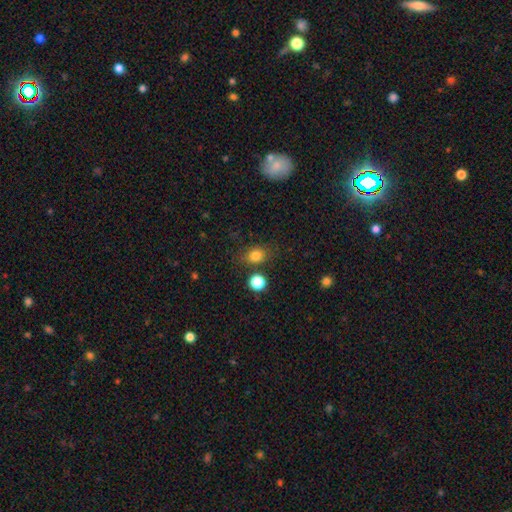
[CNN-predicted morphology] smooth_or_featured: smooth (p=0.81) [alt: star or artifact p=0.13]
how_rounded: round (p=0.58) [alt: in between p=0.40]
merging: none (p=0.75) [alt: minor disturbance p=0.13]